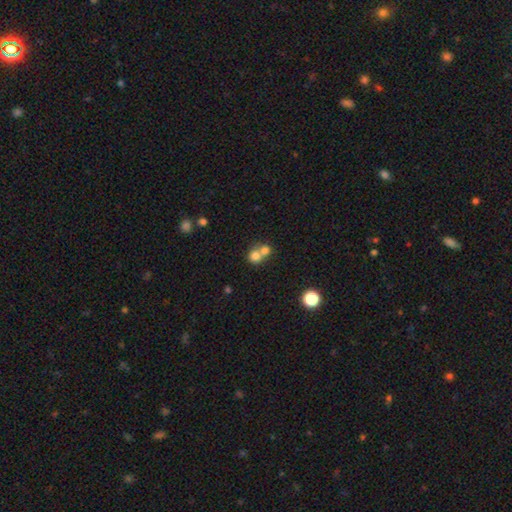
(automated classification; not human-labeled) Smooth or featured?
  - smooth: 74% *
  - featured or disk: 14%
  - star or artifact: 12%
How rounded?
  - round: 82% *
  - in between: 17%
  - cigar-shaped: 1%
Merging?
  - merger: 61% *
  - none: 32%
  - minor disturbance: 5%
  - major disturbance: 3%